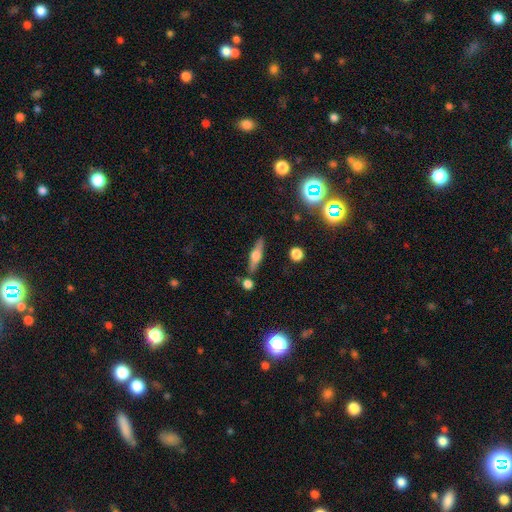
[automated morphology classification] This is possibly a featured or disk galaxy (54%). It is clearly viewed edge-on (93%). Edge-on bulge: clearly rounded (89%). Merging: likely none (80%).